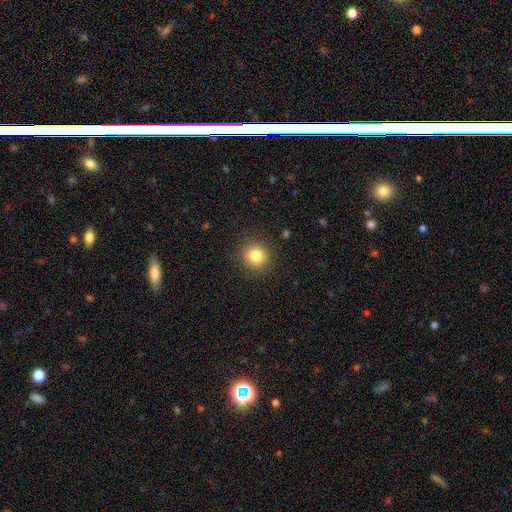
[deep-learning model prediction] This appears to be a smooth galaxy with no disk features (82%) that is round (91%). Merging: none (90%).